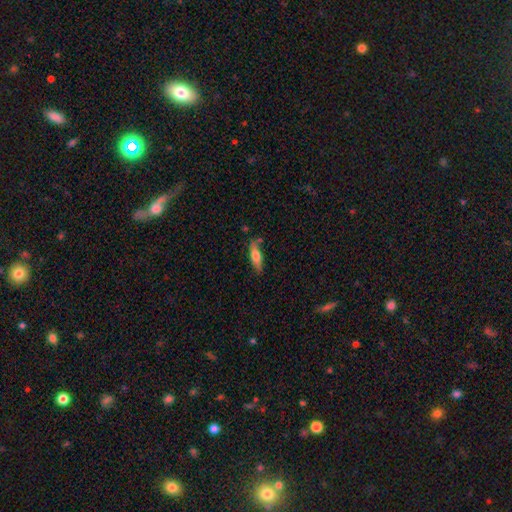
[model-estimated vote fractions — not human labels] Smooth or featured?
  - smooth: 62% *
  - featured or disk: 31%
  - star or artifact: 6%
How rounded?
  - cigar-shaped: 59% *
  - in between: 38%
  - round: 2%
Merging?
  - none: 74% *
  - minor disturbance: 17%
  - merger: 5%
  - major disturbance: 4%